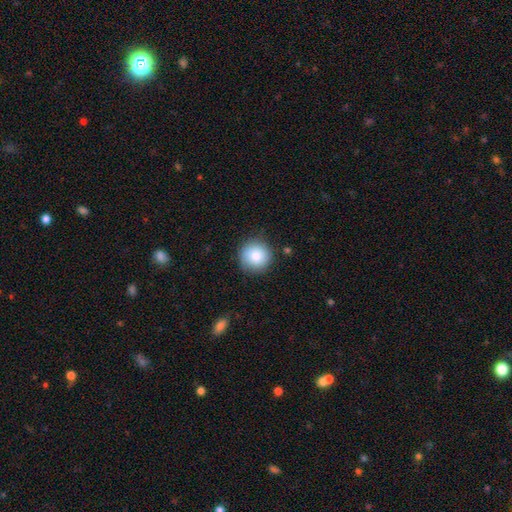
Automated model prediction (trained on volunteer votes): This appears to be a smooth galaxy with no disk features (84%) that is round (94%). Merging: none (85%).